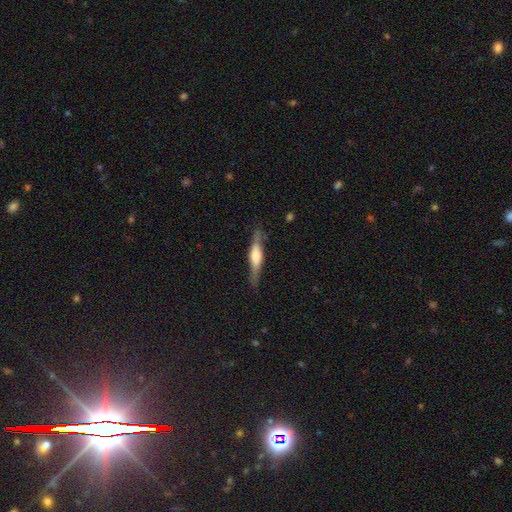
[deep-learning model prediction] The model was most divided on "smooth or featured": featured or disk: 60%, smooth: 34%, star or artifact: 6%. More confident: edge-on disk — yes (92%); merging — none (78%); edge-on bulge — rounded (67%).